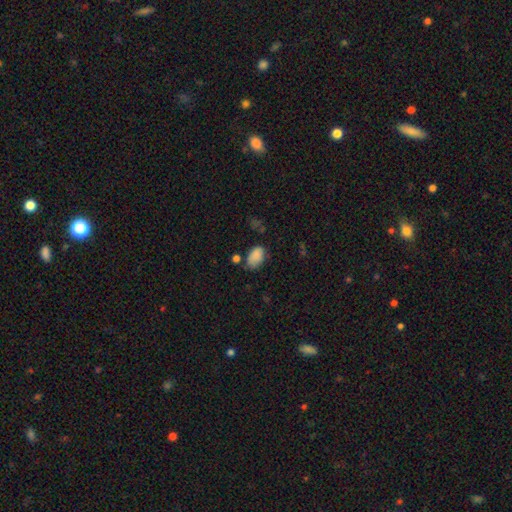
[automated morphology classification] A smooth galaxy with no disk features (85%) that is in between round and cigar-shaped (90%).

Vote fractions:
- Smooth or featured? smooth: 85% / star or artifact: 9% / featured or disk: 6%
- How rounded? in between: 90% / round: 9% / cigar-shaped: 1%
- Merging? none: 61% / minor disturbance: 25% / major disturbance: 7% / merger: 7%